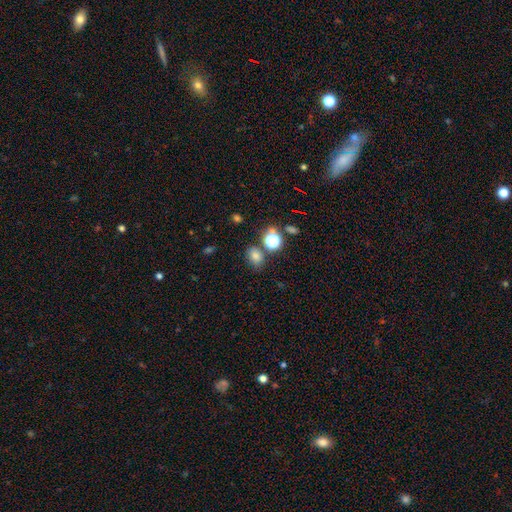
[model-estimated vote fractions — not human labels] This is likely a smooth galaxy (72%). How rounded: possibly in between (58%). Merging: likely none (72%).